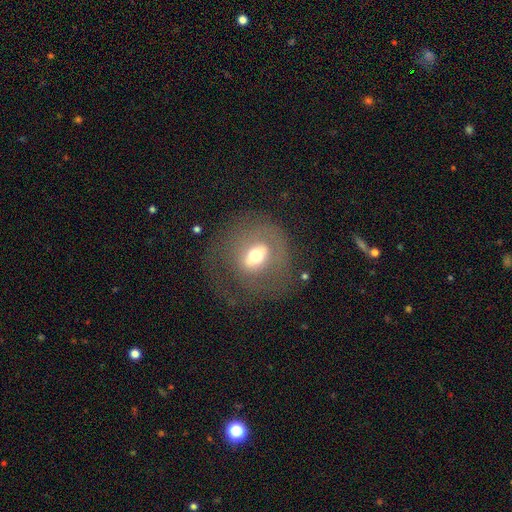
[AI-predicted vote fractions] featured or disk 49%, smooth 40%, star or artifact 10%. Down the decision tree: merging — none (53%).